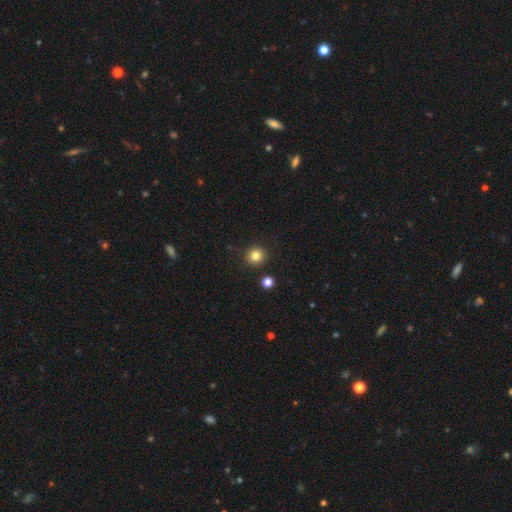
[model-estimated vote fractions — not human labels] A smooth galaxy with no disk features (83%) that is round (93%).

Vote fractions:
- Smooth or featured? smooth: 83% / star or artifact: 12% / featured or disk: 5%
- How rounded? round: 93% / in between: 6% / cigar-shaped: 1%
- Merging? none: 90% / minor disturbance: 5% / merger: 2% / major disturbance: 2%